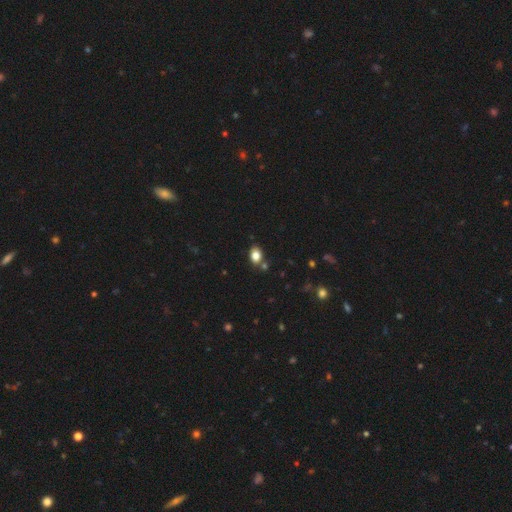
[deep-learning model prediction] A smooth galaxy with no disk features (83%) that is in between round and cigar-shaped (71%).

Vote fractions:
- Smooth or featured? smooth: 83% / star or artifact: 11% / featured or disk: 6%
- How rounded? in between: 71% / round: 28% / cigar-shaped: 1%
- Merging? none: 76% / minor disturbance: 12% / merger: 10% / major disturbance: 3%